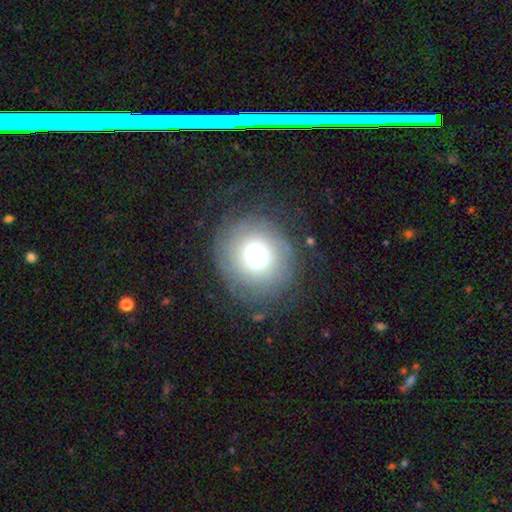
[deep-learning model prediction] Overall: smooth (46%; featured or disk 44%). Merging: none (73%).